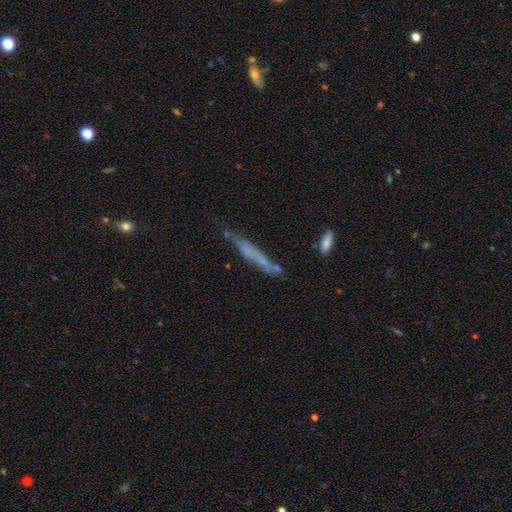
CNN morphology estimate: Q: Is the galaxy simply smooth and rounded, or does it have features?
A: featured or disk — 49%.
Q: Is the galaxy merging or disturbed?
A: none — 62%.